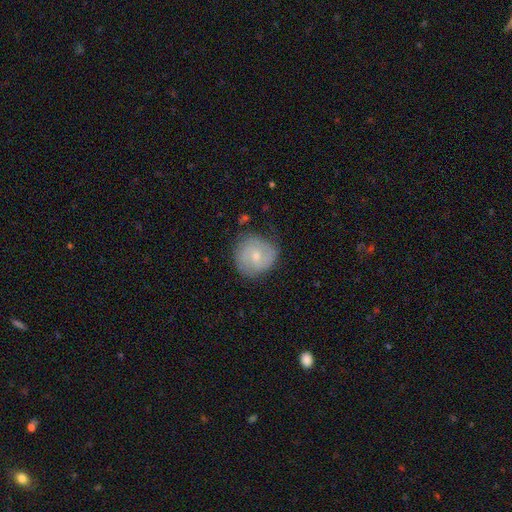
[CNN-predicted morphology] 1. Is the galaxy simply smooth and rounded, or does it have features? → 58% featured or disk, 36% smooth, 7% star or artifact.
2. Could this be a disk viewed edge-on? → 98% no, 2% yes.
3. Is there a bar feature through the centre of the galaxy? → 62% no, 33% weak, 5% strong.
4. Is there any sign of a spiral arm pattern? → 85% yes, 15% no.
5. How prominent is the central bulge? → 55% small, 41% moderate, 2% none, 1% large, 1% dominant.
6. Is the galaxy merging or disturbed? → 73% none, 20% minor disturbance, 5% major disturbance, 2% merger.